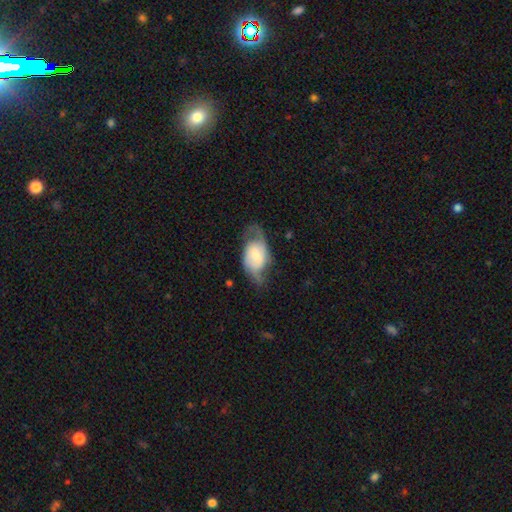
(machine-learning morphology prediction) Overall: featured or disk (66%; smooth 27%). Edge-on disk: no (95%). Bar: no (52%; weak 38%). Spiral arms: yes (88%). Spiral arm count: 2 (85%). Spiral winding: loose (45%; medium 41%). Bulge size: small (44%; moderate 27%). Merging: none (54%; minor disturbance 25%).